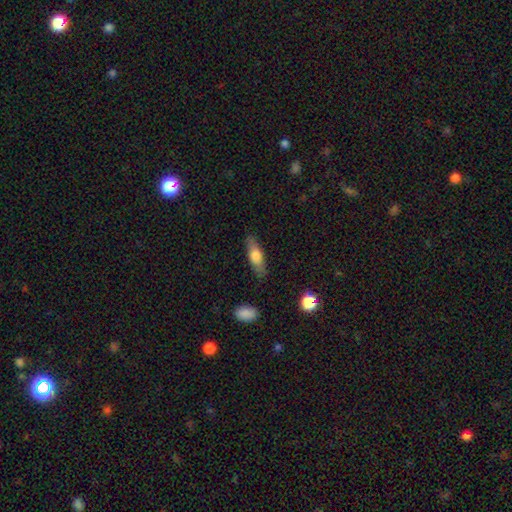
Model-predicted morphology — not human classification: Smooth or featured: smooth — 63% (featured or disk — 31%)
How rounded: in between — 50% (cigar-shaped — 47%)
Merging: none — 84% (minor disturbance — 11%)